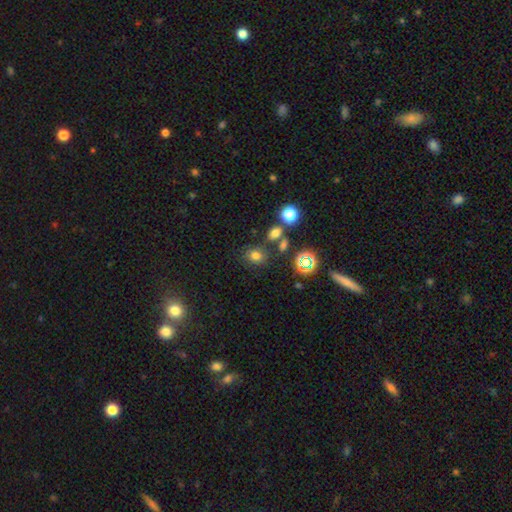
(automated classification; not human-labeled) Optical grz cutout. It shows a smooth galaxy with no disk features (68%) that is round (62%). Merging: none (71%).